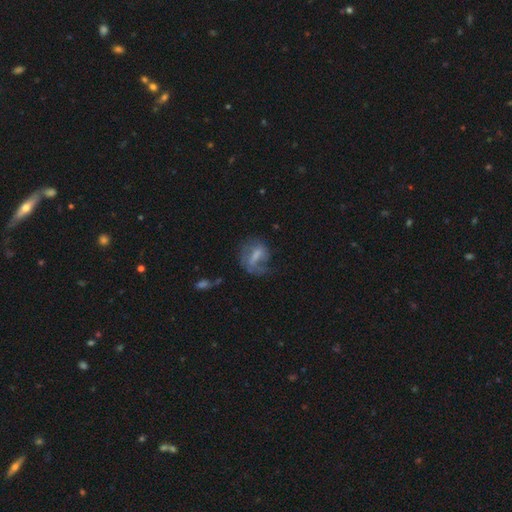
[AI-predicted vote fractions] A featured or disk galaxy (50%).

Vote fractions:
- Smooth or featured? featured or disk: 50% / smooth: 40% / star or artifact: 10%
- Edge-on disk? no: 94% / yes: 6%
- Merging? none: 43% / major disturbance: 29% / minor disturbance: 25% / merger: 3%